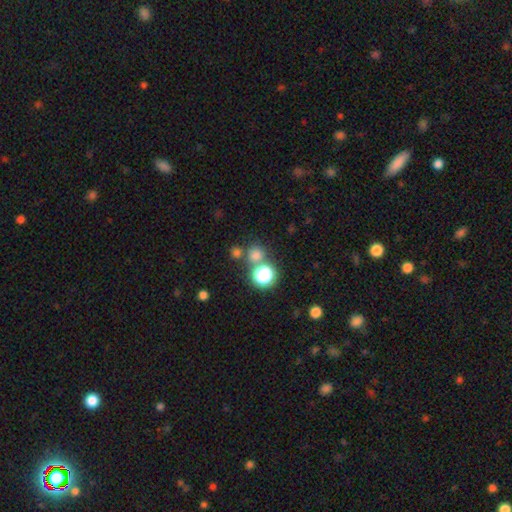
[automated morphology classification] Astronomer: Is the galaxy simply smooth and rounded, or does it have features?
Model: smooth — 69%.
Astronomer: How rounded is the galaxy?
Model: round — 90%.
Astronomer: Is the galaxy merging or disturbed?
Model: none — 72%.